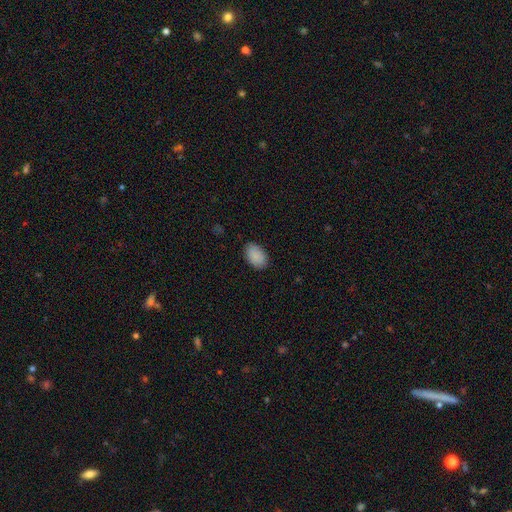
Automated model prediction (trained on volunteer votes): Morphology: type=smooth (89%); roundness=in between (88%); merging=none (83%).